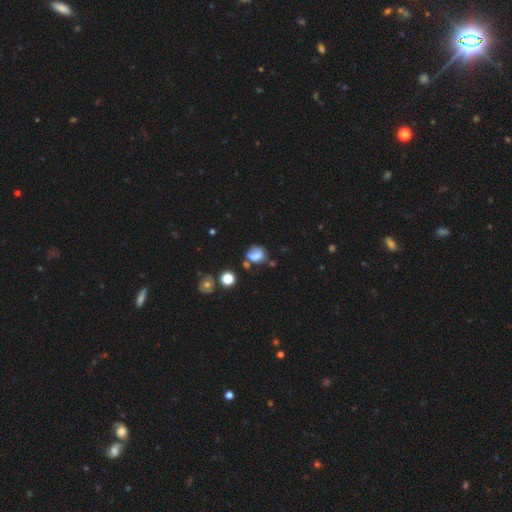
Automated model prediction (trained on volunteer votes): smooth-or-featured: smooth: 60% | featured or disk: 27% | star or artifact: 13%
  how-rounded: round: 58% | in between: 40% | cigar-shaped: 1%
  merging: none: 44% | minor disturbance: 28% | major disturbance: 16% | merger: 12%